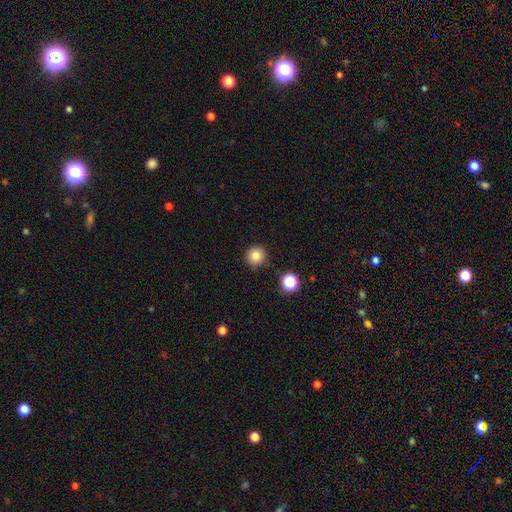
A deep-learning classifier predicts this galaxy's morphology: smooth 81%, star or artifact 12%, featured or disk 7%. Down the decision tree: how rounded — round (94%); merging — none (88%).